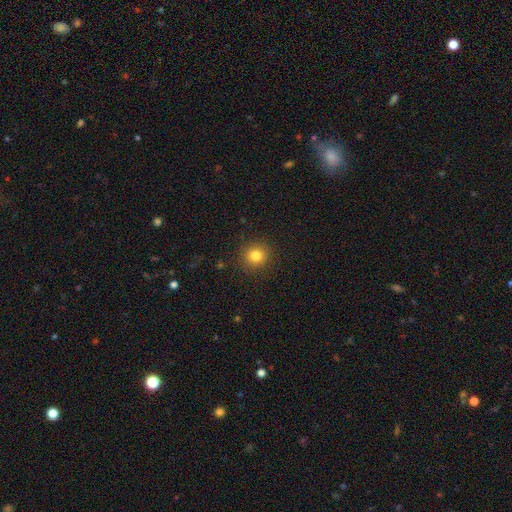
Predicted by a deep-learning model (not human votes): Smooth or featured? Predicted: smooth (p=0.82). How rounded? Predicted: round (p=0.92). Merging? Predicted: none (p=0.90).